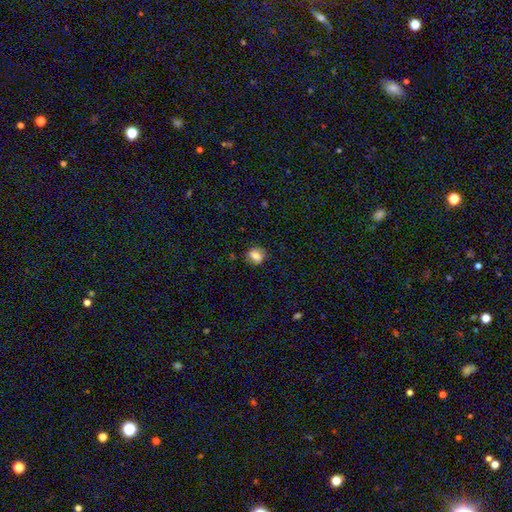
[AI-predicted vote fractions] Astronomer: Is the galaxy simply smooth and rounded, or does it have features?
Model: smooth — 77%.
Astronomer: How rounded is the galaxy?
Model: round — 54% (runner-up: in between, 45%).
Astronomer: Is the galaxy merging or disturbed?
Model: none — 78%.